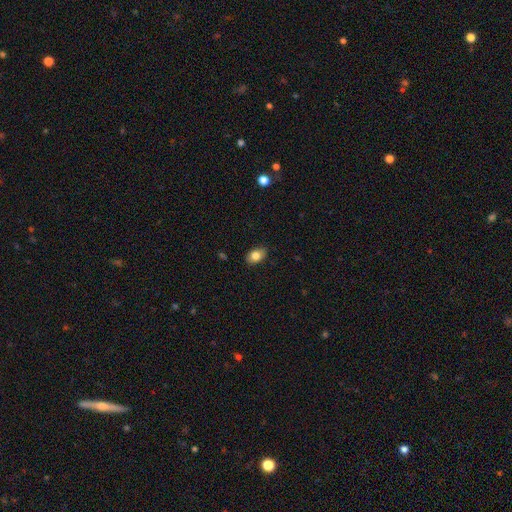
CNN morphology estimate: A smooth galaxy with no disk features (82%) that is in between round and cigar-shaped (84%). Merging: none (87%).